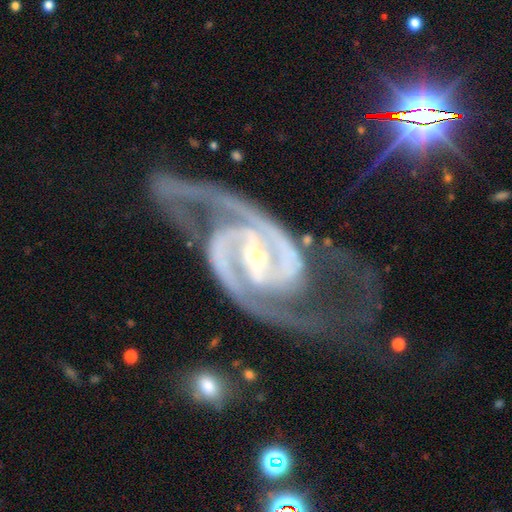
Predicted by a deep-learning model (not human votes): Smooth or featured?
  - featured or disk: 94% *
  - star or artifact: 4%
  - smooth: 2%
Edge-on disk?
  - no: 98% *
  - yes: 2%
Bar?
  - strong: 57% *
  - weak: 29%
  - no: 14%
Spiral arms?
  - yes: 99% *
  - no: 1%
Spiral winding?
  - medium: 57% *
  - tight: 31%
  - loose: 13%
Spiral arm count?
  - 2: 92% *
  - 3: 3%
  - can't tell: 2%
  - 1: 1%
  - 4: 1%
  - more than 4: 1%
Bulge size?
  - small: 72% *
  - moderate: 25%
  - large: 2%
  - none: 1%
  - dominant: 1%
Merging?
  - none: 54% *
  - major disturbance: 22%
  - minor disturbance: 20%
  - merger: 4%